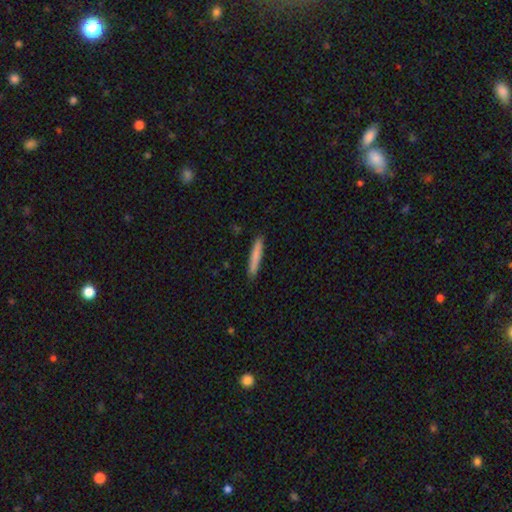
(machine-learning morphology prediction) This is likely a smooth galaxy (80%). How rounded: clearly cigar-shaped (94%). Merging: clearly none (90%).